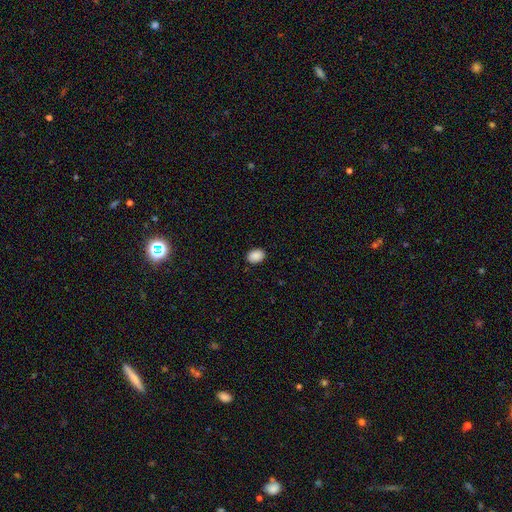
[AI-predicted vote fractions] A smooth galaxy with no disk features (90%) that is in between round and cigar-shaped (75%).

Vote fractions:
- Smooth or featured? smooth: 90% / star or artifact: 8% / featured or disk: 3%
- How rounded? in between: 75% / round: 24% / cigar-shaped: 1%
- Merging? none: 89% / minor disturbance: 8% / major disturbance: 2% / merger: 1%